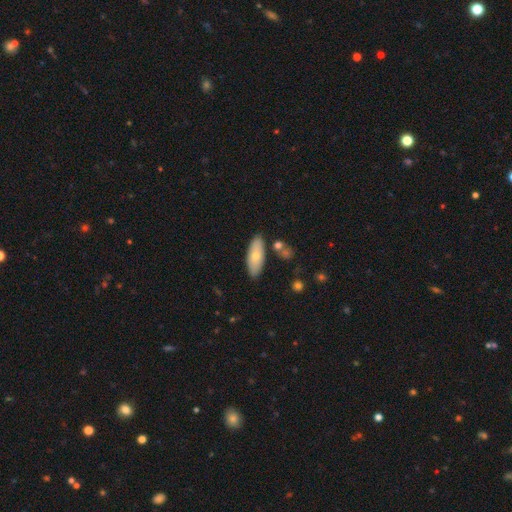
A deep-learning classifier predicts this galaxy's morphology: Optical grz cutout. It shows a smooth galaxy with no disk features (70%) that is in between round and cigar-shaped (75%). Merging: none (81%).